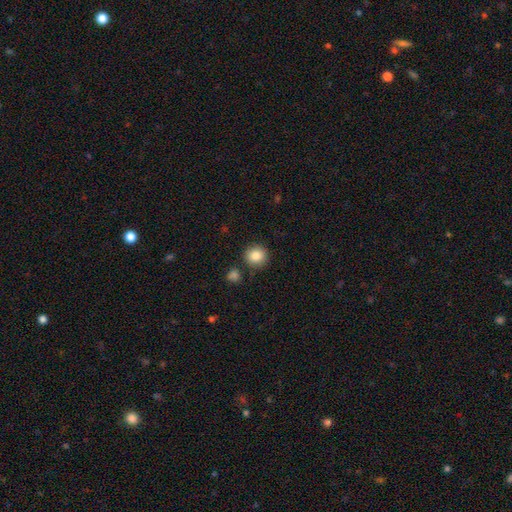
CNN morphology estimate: type=smooth (85%); roundness=round (89%); merging=none (84%).